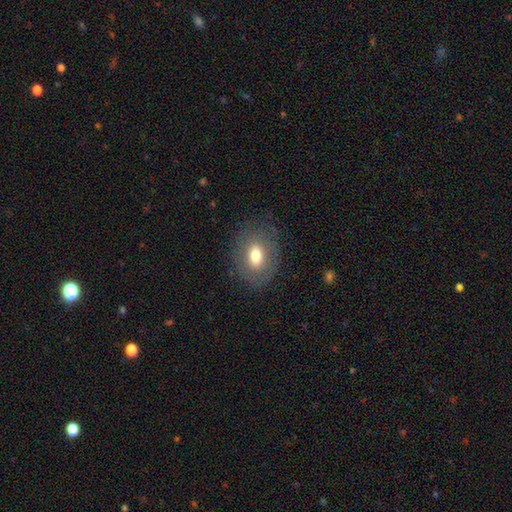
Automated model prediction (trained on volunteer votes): Smooth or featured? smooth (69%)
How rounded? in between (71%)
Merging? none (81%)